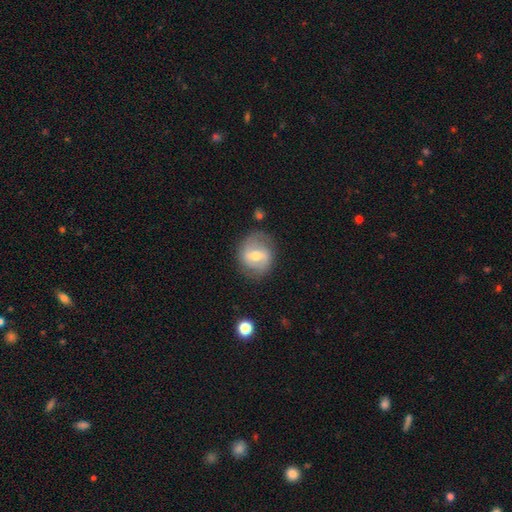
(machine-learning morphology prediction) A featured or disk galaxy (61%) with a weak bar (51%), spiral arms (74%) and a moderate central bulge (69%).

Vote fractions:
- Smooth or featured? featured or disk: 61% / smooth: 32% / star or artifact: 7%
- Edge-on disk? no: 97% / yes: 3%
- Bar? weak: 51% / strong: 28% / no: 21%
- Spiral arms? yes: 74% / no: 26%
- Bulge size? moderate: 69% / small: 24% / large: 5% / none: 1% / dominant: 1%
- Merging? none: 75% / minor disturbance: 17% / major disturbance: 7% / merger: 2%